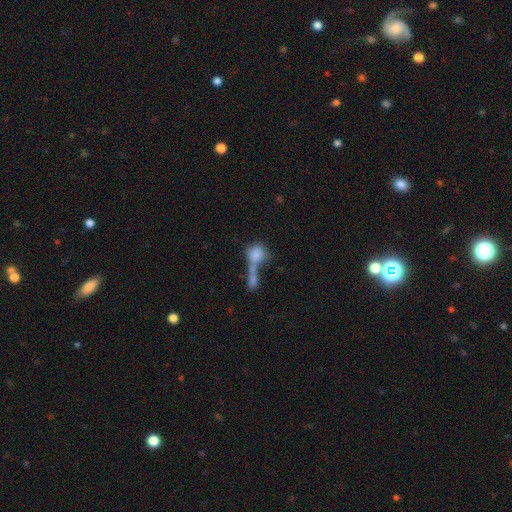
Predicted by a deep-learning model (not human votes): Smooth or featured? smooth (75%)
How rounded? round (50%)
Merging? merger (61%)